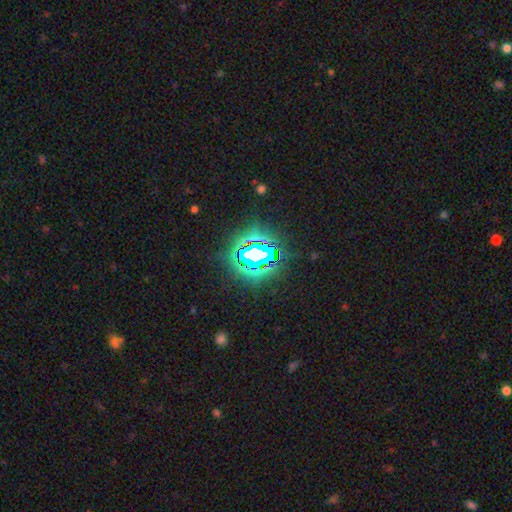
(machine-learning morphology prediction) Q: Smooth or featured?
A: star or artifact (75%); runner-up: smooth (14%)